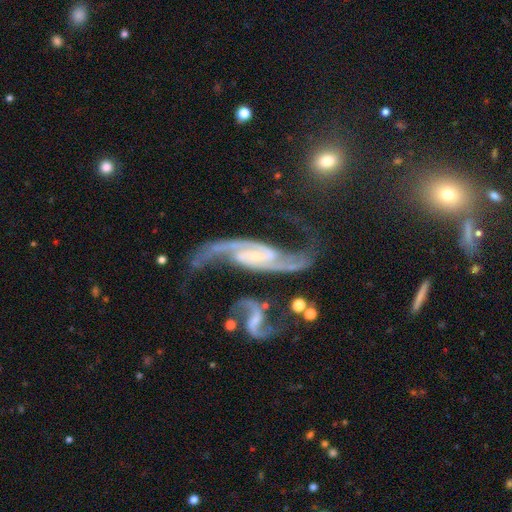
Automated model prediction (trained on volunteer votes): Smooth or featured?
  - featured or disk: 92% *
  - star or artifact: 5%
  - smooth: 3%
Edge-on disk?
  - no: 95% *
  - yes: 5%
Bar?
  - weak: 41% *
  - strong: 31%
  - no: 28%
Spiral arms?
  - yes: 98% *
  - no: 2%
Spiral winding?
  - loose: 48% *
  - medium: 41%
  - tight: 11%
Spiral arm count?
  - 2: 93% *
  - can't tell: 2%
  - 3: 2%
  - 1: 1%
  - 4: 1%
  - more than 4: 1%
Bulge size?
  - small: 67% *
  - moderate: 19%
  - none: 10%
  - large: 2%
  - dominant: 1%
Merging?
  - none: 49% *
  - minor disturbance: 18%
  - major disturbance: 16%
  - merger: 16%